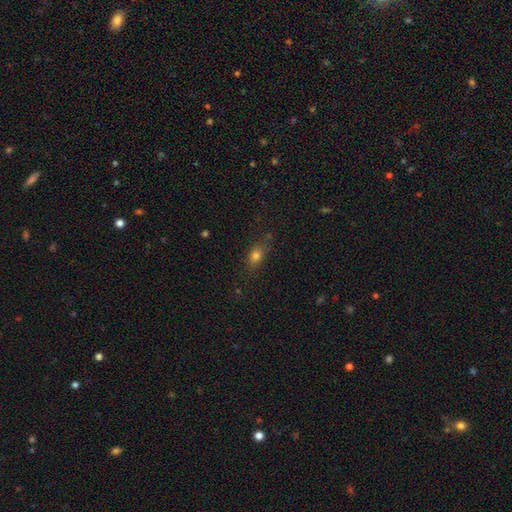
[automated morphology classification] smooth 77%, star or artifact 13%, featured or disk 10%. Down the decision tree: how rounded — in between (66%); merging — none (70%).